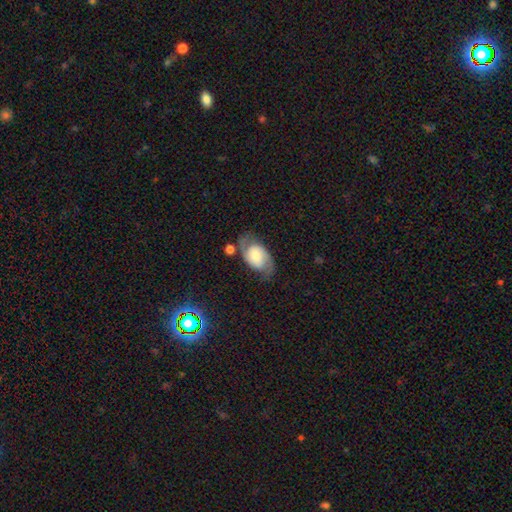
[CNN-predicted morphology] The model was most divided on "bulge size": small: 38%, moderate: 33%, large: 16%, none: 8%, dominant: 5%. Remaining: edge-on disk — no (96%); spiral arms — yes (94%); spiral arm count — 2 (90%); smooth or featured — featured or disk (72%); merging — none (67%); bar — no (61%); spiral winding — medium (48%).